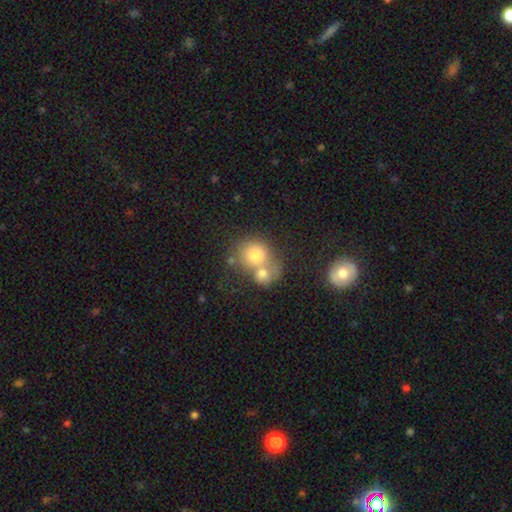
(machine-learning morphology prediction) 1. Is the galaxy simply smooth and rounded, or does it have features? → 75% smooth, 15% featured or disk, 10% star or artifact.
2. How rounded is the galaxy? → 74% round, 25% in between, 1% cigar-shaped.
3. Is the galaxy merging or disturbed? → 57% merger, 30% none, 8% minor disturbance, 5% major disturbance.